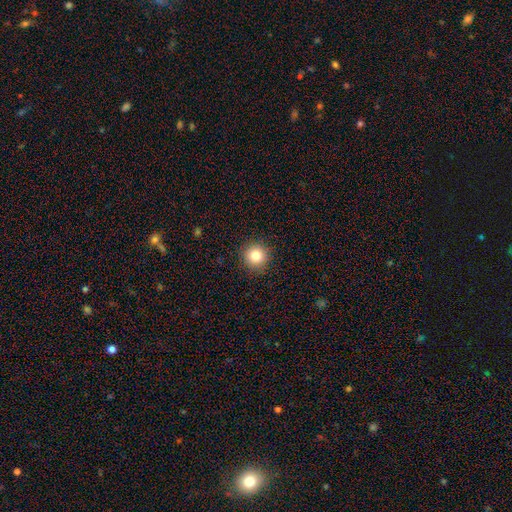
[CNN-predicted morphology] smooth 83%, star or artifact 11%, featured or disk 6%. Down the decision tree: how rounded — round (95%); merging — none (92%).